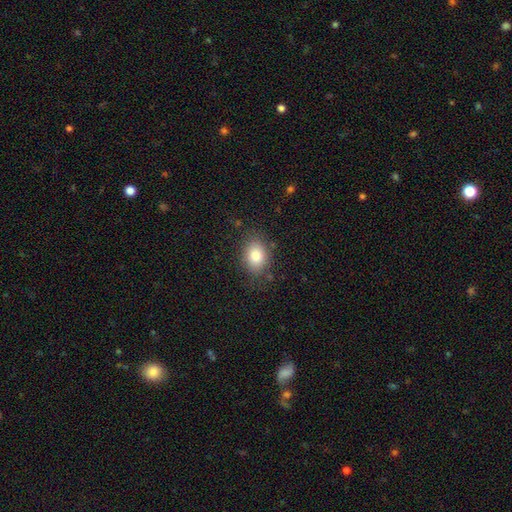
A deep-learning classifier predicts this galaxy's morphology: This is clearly a smooth galaxy (83%). How rounded: likely in between (71%). Merging: likely none (80%).